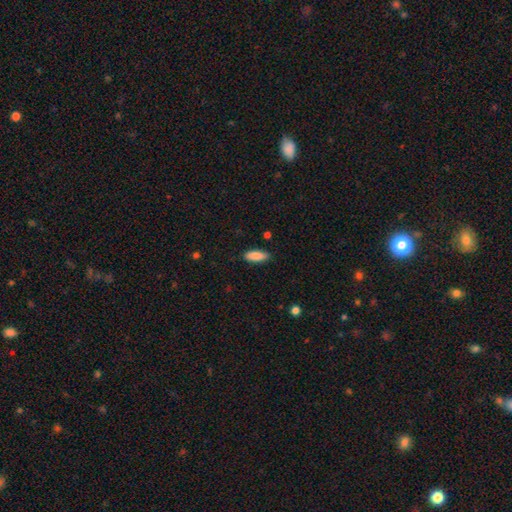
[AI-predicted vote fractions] Smooth or featured: smooth — 89% (star or artifact — 6%)
How rounded: in between — 72% (cigar-shaped — 26%)
Merging: none — 85% (minor disturbance — 11%)